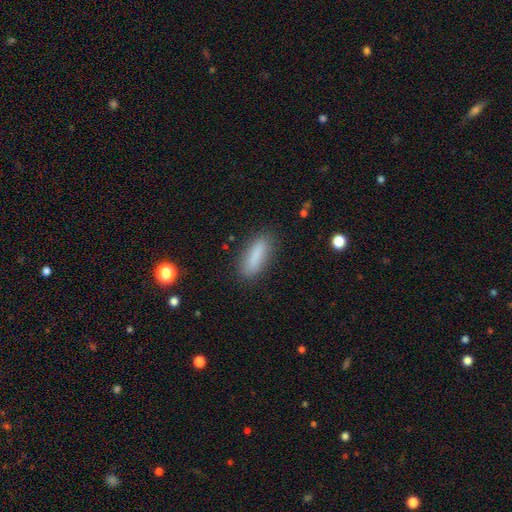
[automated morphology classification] A smooth galaxy with no disk features (83%) that is cigar-shaped (49%, tied with in between).

Vote fractions:
- Smooth or featured? smooth: 83% / featured or disk: 9% / star or artifact: 8%
- How rounded? cigar-shaped: 49% (tied) / in between: 49% (tied) / round: 2%
- Merging? none: 83% / minor disturbance: 12% / major disturbance: 3% / merger: 2%